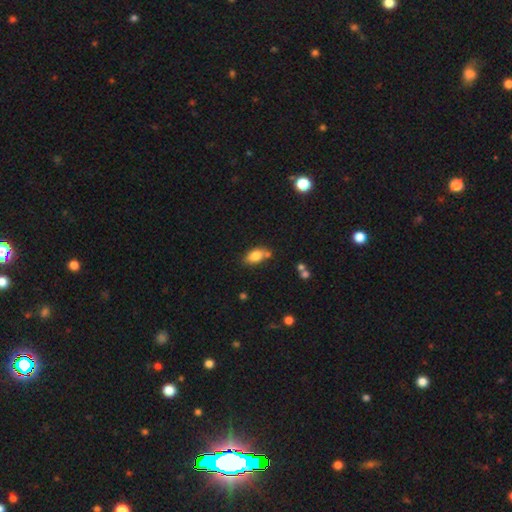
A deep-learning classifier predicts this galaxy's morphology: Q: Smooth or featured?
A: smooth (81%); runner-up: featured or disk (10%)
Q: How rounded?
A: in between (88%); runner-up: round (9%)
Q: Merging?
A: none (63%); runner-up: minor disturbance (18%)